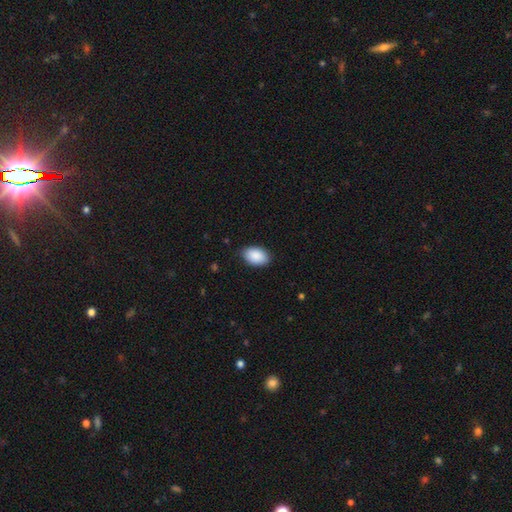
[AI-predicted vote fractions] This is clearly a smooth galaxy (90%). How rounded: clearly in between (93%). Merging: clearly none (84%).